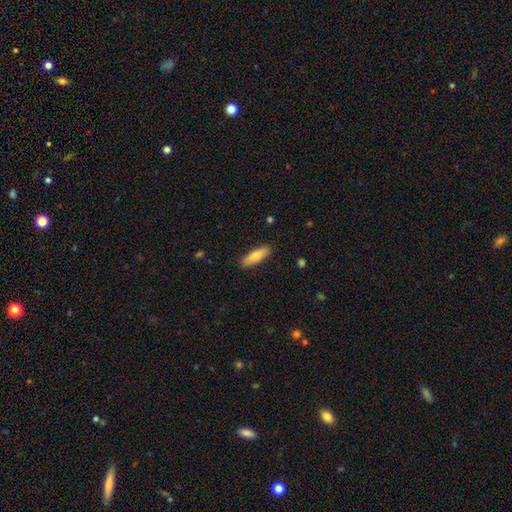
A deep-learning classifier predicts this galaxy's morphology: Overall: smooth (79%). How rounded: cigar-shaped (53%; in between 45%). Merging: none (88%).